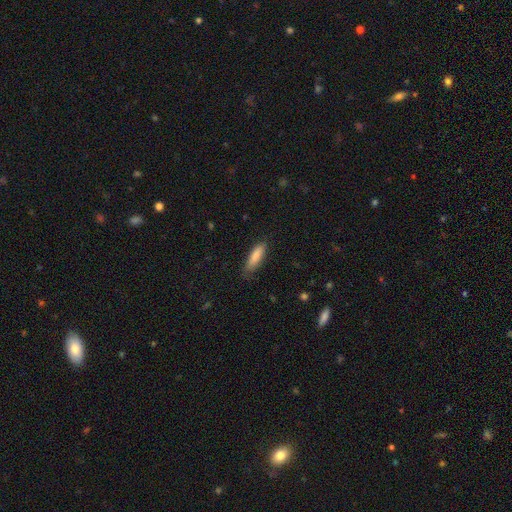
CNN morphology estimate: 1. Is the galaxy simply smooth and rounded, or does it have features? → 86% smooth, 8% featured or disk, 6% star or artifact.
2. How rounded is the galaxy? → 57% cigar-shaped, 42% in between, 1% round.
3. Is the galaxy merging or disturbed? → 79% none, 17% minor disturbance, 3% major disturbance, 1% merger.